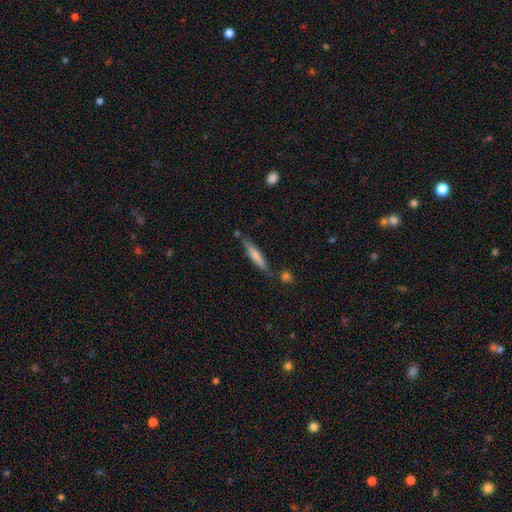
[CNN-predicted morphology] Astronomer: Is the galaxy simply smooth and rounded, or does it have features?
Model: smooth — 71%.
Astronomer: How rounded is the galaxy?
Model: cigar-shaped — 89%.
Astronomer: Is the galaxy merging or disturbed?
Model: none — 73%.